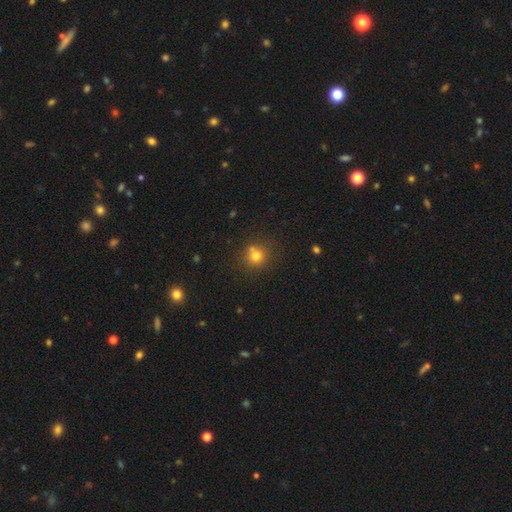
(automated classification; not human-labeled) smooth 75%, star or artifact 15%, featured or disk 9%. Down the decision tree: how rounded — round (88%); merging — none (66%).